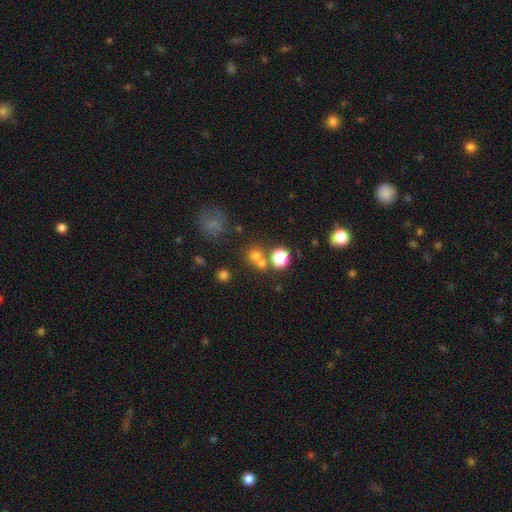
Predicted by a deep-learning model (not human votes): smooth-or-featured: smooth: 66% | star or artifact: 23% | featured or disk: 11%
  how-rounded: round: 85% | in between: 14% | cigar-shaped: 1%
  merging: none: 56% | merger: 33% | minor disturbance: 7% | major disturbance: 4%